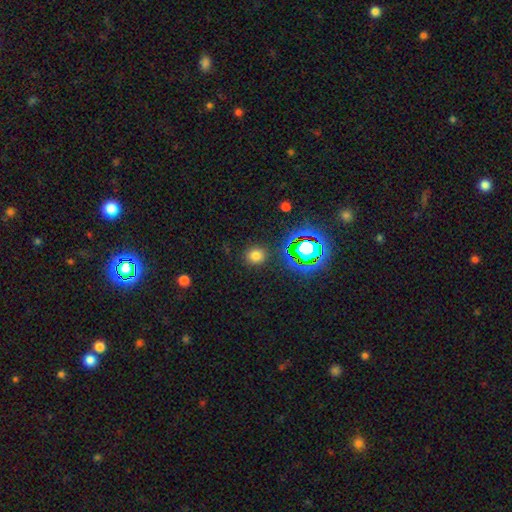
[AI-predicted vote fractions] smooth-or-featured: smooth: 71% | star or artifact: 23% | featured or disk: 6%
  how-rounded: round: 85% | in between: 14% | cigar-shaped: 1%
  merging: none: 88% | minor disturbance: 7% | major disturbance: 3% | merger: 2%